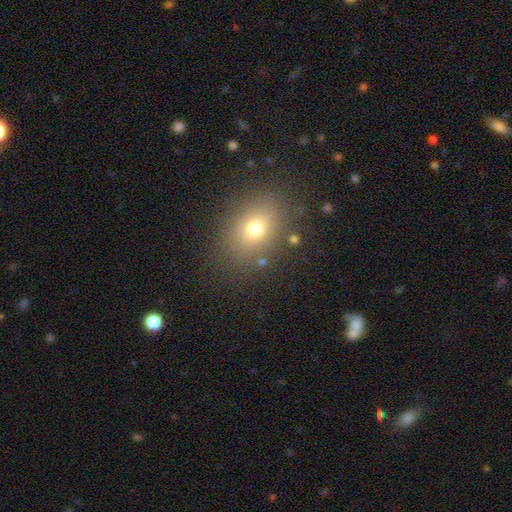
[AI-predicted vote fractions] Overall: smooth (70%). How rounded: in between (66%; round 33%). Merging: none (85%).